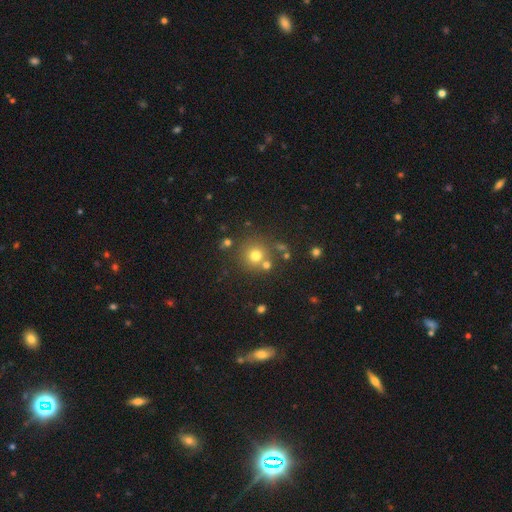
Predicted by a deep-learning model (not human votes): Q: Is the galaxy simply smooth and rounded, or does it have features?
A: smooth — 72%.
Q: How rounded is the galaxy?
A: round — 93%.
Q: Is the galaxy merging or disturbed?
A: none — 75%.